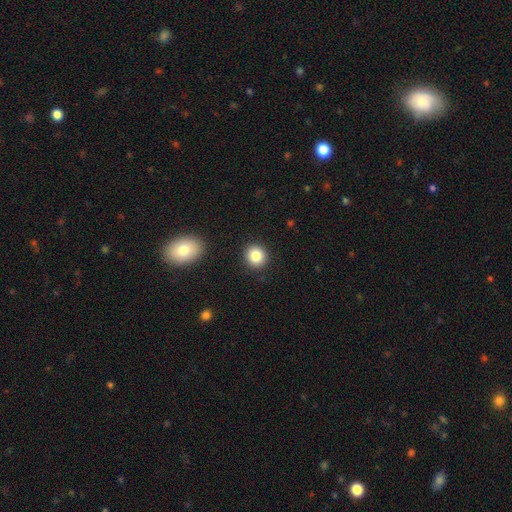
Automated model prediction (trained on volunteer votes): The model was most divided on "smooth or featured": smooth: 84%, star or artifact: 10%, featured or disk: 6%. More confident: merging — none (91%); how rounded — round (87%).